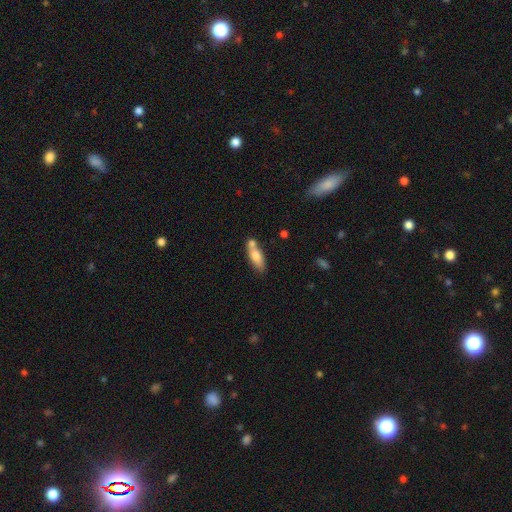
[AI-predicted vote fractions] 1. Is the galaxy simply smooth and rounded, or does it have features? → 74% smooth, 20% featured or disk, 7% star or artifact.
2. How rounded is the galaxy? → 59% in between, 39% cigar-shaped, 3% round.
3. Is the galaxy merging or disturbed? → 52% none, 27% merger, 16% minor disturbance, 4% major disturbance.